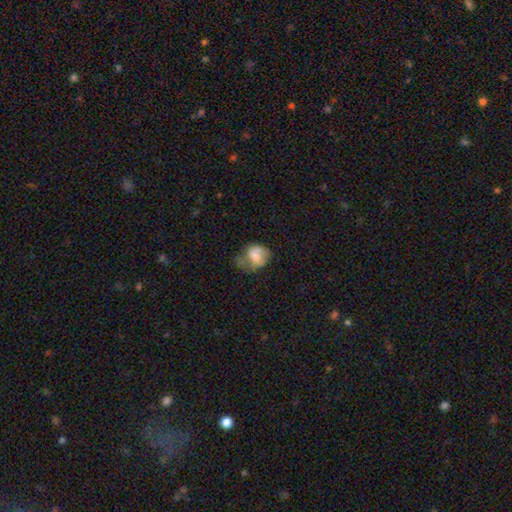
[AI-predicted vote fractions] This is likely a smooth galaxy (65%). How rounded: possibly in between (54%). Merging: marginally minor disturbance (34%).